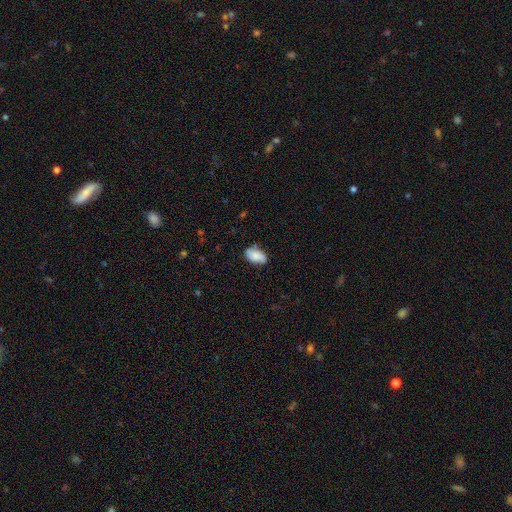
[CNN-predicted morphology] Smooth or featured: smooth — 79% (featured or disk — 13%)
How rounded: in between — 91% (round — 7%)
Merging: none — 70% (minor disturbance — 23%)